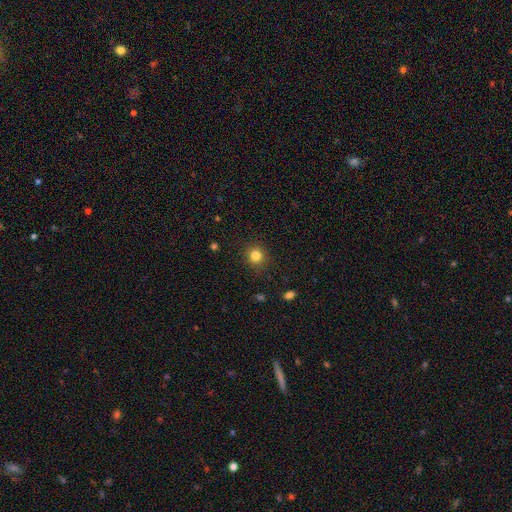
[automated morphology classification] smooth_or_featured: smooth (p=0.82) [alt: star or artifact p=0.13]
how_rounded: round (p=0.90) [alt: in between p=0.09]
merging: none (p=0.90) [alt: minor disturbance p=0.07]